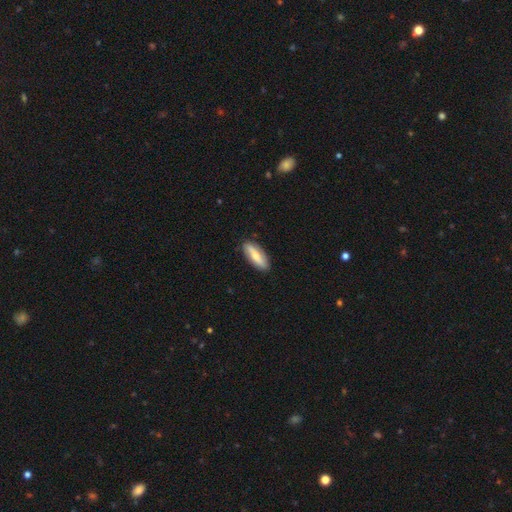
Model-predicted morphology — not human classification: smooth 63%, featured or disk 31%, star or artifact 6%. Down the decision tree: how rounded — in between (62%); merging — none (86%).